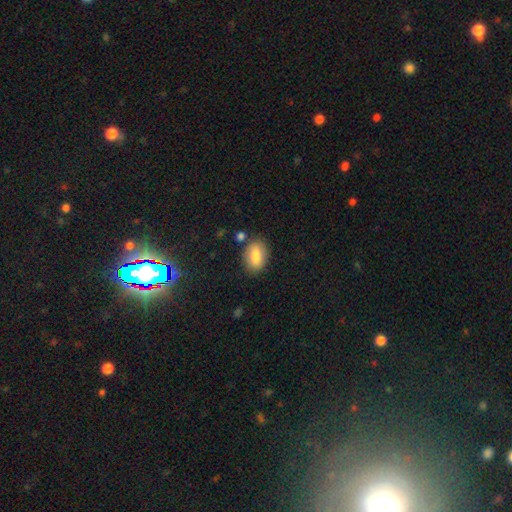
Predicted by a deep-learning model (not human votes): smooth_or_featured: smooth (p=0.81) [alt: featured or disk p=0.12]
how_rounded: in between (p=0.85) [alt: round p=0.13]
merging: none (p=0.81) [alt: minor disturbance p=0.12]